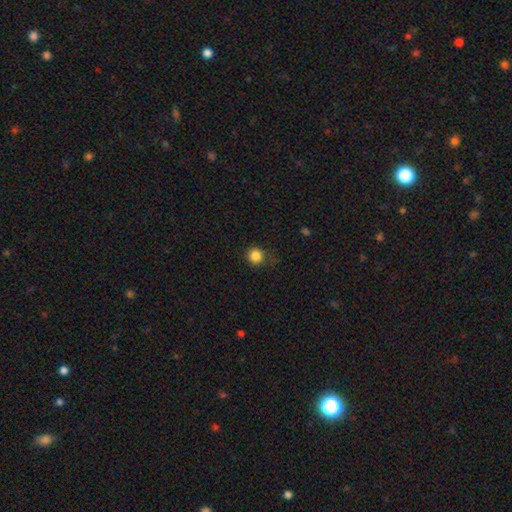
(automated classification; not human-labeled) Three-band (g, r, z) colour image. It shows a smooth galaxy with no disk features (85%) that is round (92%). Merging: none (80%).